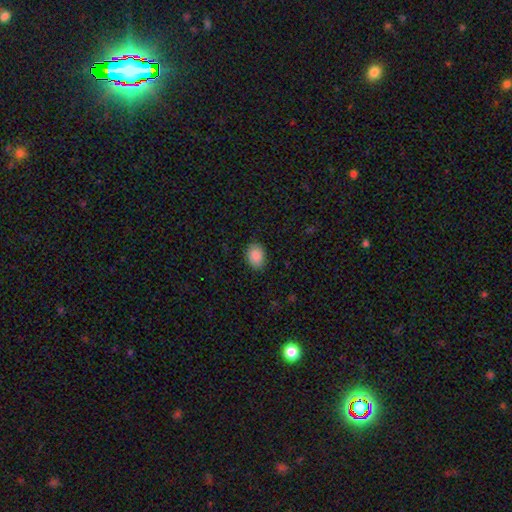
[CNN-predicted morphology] A smooth galaxy with no disk features (89%) that is in between round and cigar-shaped (71%).

Vote fractions:
- Smooth or featured? smooth: 89% / star or artifact: 7% / featured or disk: 4%
- How rounded? in between: 71% / round: 28% / cigar-shaped: 1%
- Merging? none: 85% / minor disturbance: 11% / major disturbance: 3% / merger: 1%